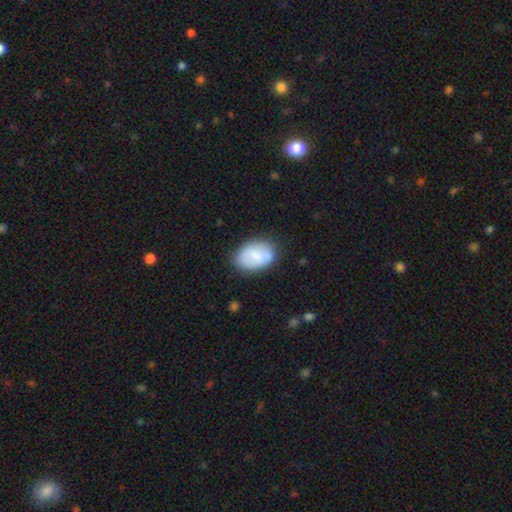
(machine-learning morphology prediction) type=smooth (77%); roundness=in between (86%); merging=none (76%).